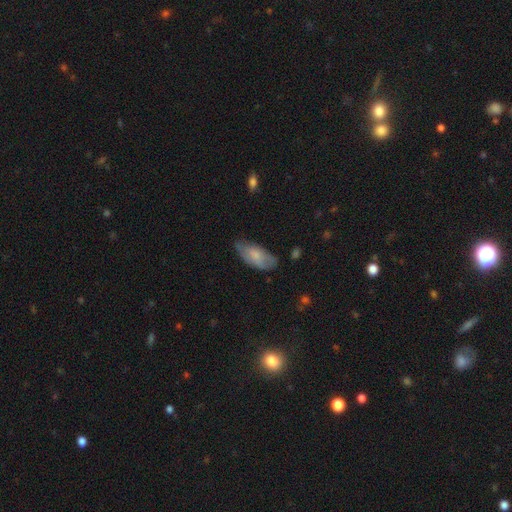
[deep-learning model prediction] This appears to be a smooth galaxy with no disk features (71%) that is in between round and cigar-shaped (90%). Merging: none (56%).